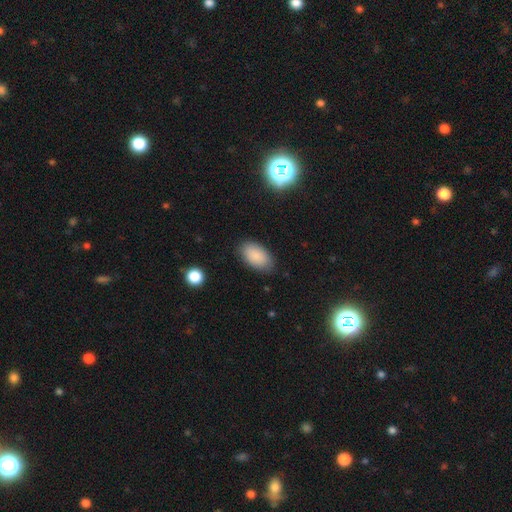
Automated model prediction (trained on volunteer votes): A smooth galaxy with no disk features (88%) that is in between round and cigar-shaped (95%). Merging: none (84%).